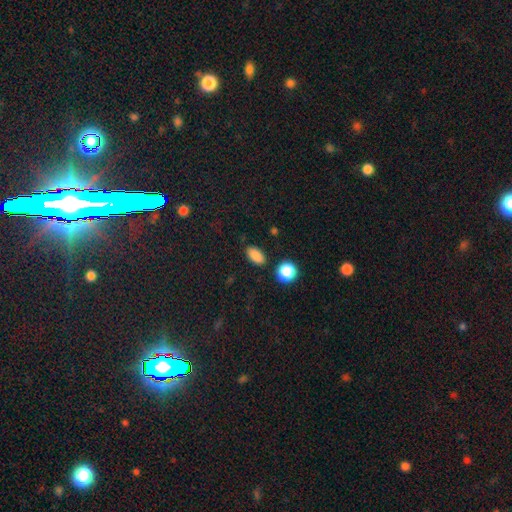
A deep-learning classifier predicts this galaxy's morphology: Q: Smooth or featured?
A: smooth (85%); runner-up: star or artifact (11%)
Q: How rounded?
A: in between (88%); runner-up: round (10%)
Q: Merging?
A: none (85%); runner-up: minor disturbance (10%)